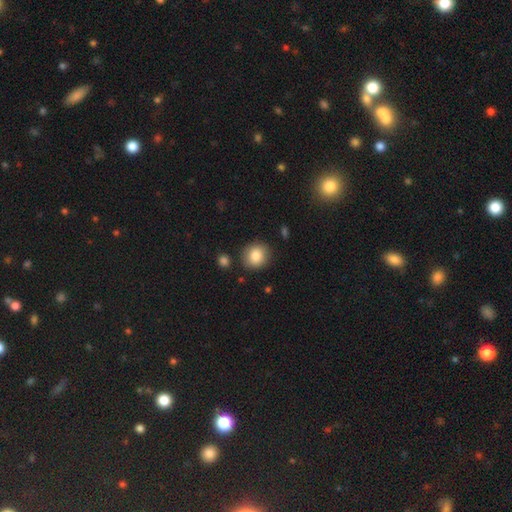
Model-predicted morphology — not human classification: type=smooth (85%); roundness=round (83%); merging=none (86%).